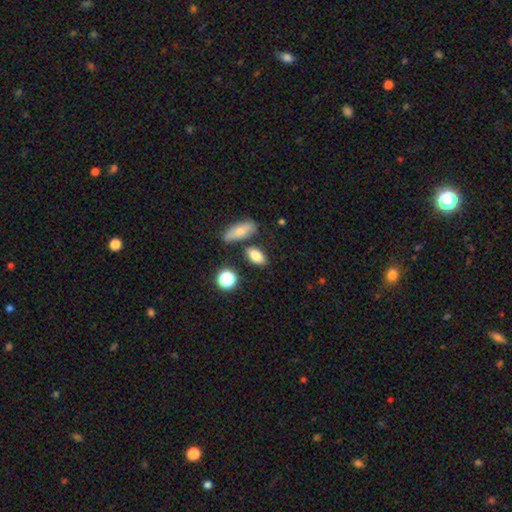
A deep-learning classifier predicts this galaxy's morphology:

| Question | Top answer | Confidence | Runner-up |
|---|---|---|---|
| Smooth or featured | smooth | 79% | featured or disk (11%) |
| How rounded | in between | 85% | round (9%) |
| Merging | none | 78% | minor disturbance (11%) |